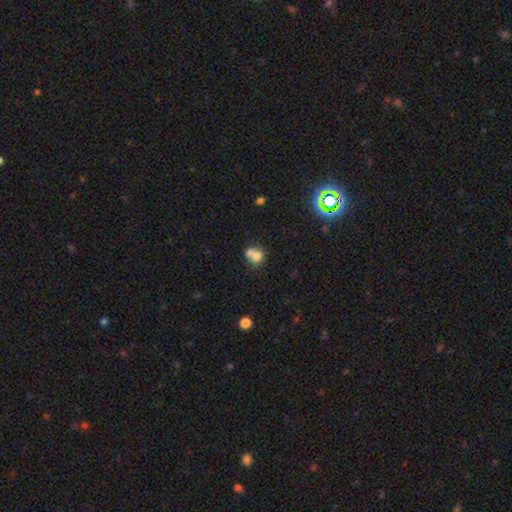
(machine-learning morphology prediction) Smooth or featured: smooth — 72% (featured or disk — 16%)
How rounded: round — 74% (in between — 25%)
Merging: merger — 59% (none — 30%)